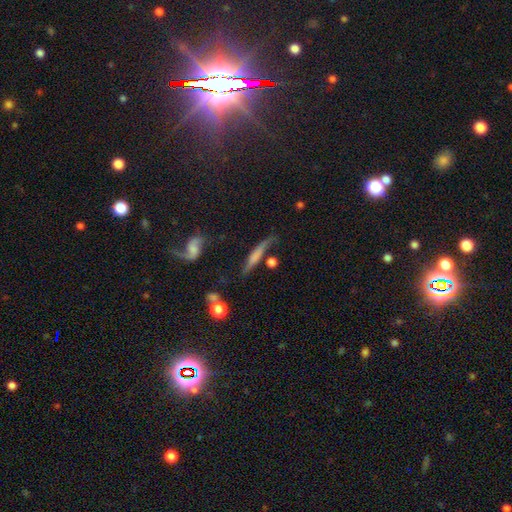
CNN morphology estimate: type=smooth (48%); merging=none (56%).